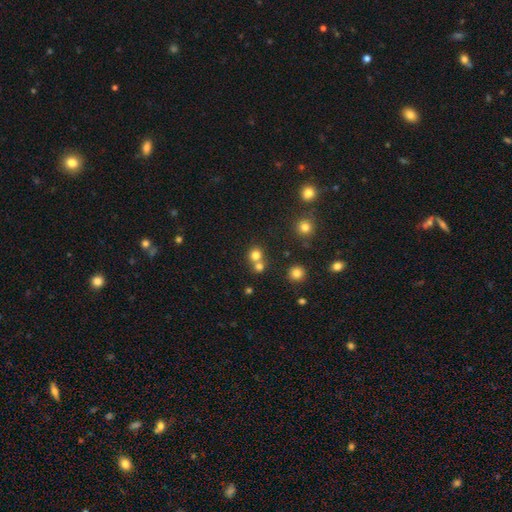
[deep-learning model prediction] smooth-or-featured: smooth: 76% | star or artifact: 15% | featured or disk: 8%
  how-rounded: round: 87% | in between: 12% | cigar-shaped: 1%
  merging: none: 53% | merger: 39% | minor disturbance: 6% | major disturbance: 2%